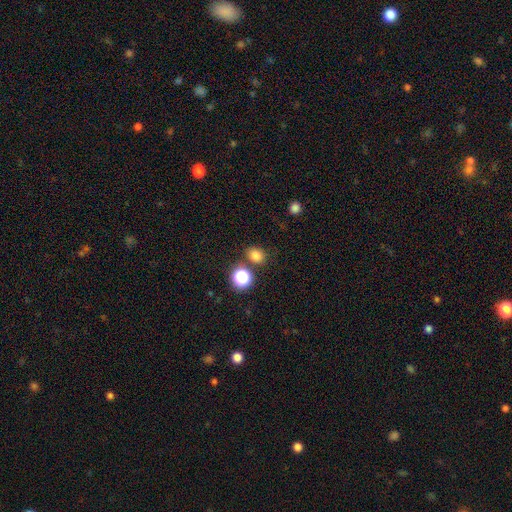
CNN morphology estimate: The model was most divided on "how rounded": round: 67%, in between: 33%, cigar-shaped: 1%. More confident: smooth or featured — smooth (78%); merging — none (78%).